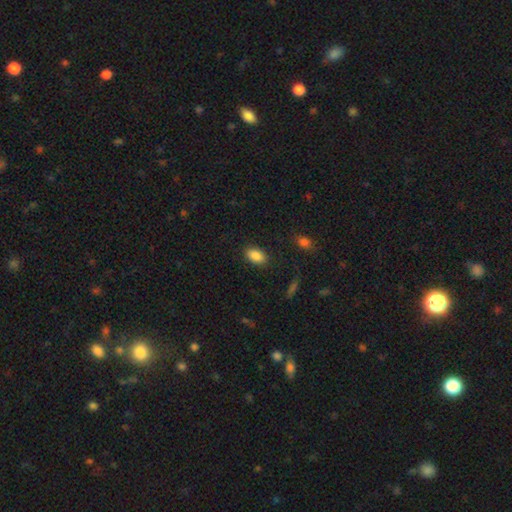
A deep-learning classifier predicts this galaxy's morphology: smooth 87%, star or artifact 8%, featured or disk 5%. Down the decision tree: how rounded — in between (90%); merging — none (87%).